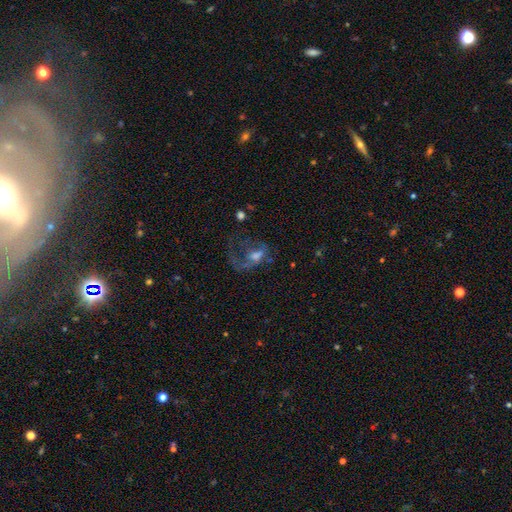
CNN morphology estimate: Smooth or featured?
  - featured or disk: 60% *
  - smooth: 25%
  - star or artifact: 15%
Edge-on disk?
  - no: 95% *
  - yes: 5%
Bar?
  - no: 64% *
  - weak: 28%
  - strong: 8%
Spiral arms?
  - no: 50% * (tied)
  - yes: 50% * (tied)
Bulge size?
  - moderate: 47% *
  - small: 25%
  - none: 14%
  - large: 13%
  - dominant: 2%
Merging?
  - major disturbance: 55% *
  - none: 27%
  - minor disturbance: 14%
  - merger: 4%